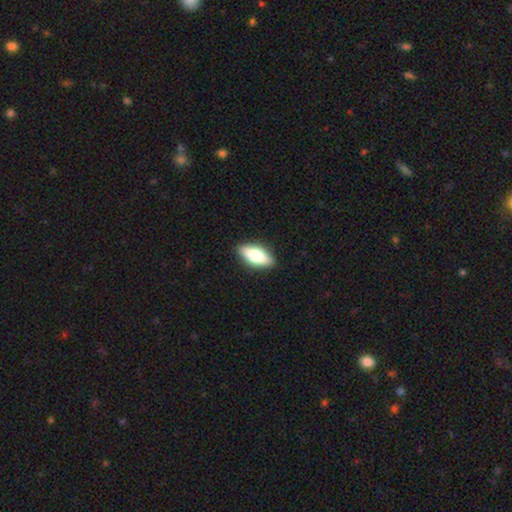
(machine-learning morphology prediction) Smooth or featured: smooth — 68% (featured or disk — 26%)
How rounded: in between — 73% (cigar-shaped — 24%)
Merging: none — 89% (minor disturbance — 9%)